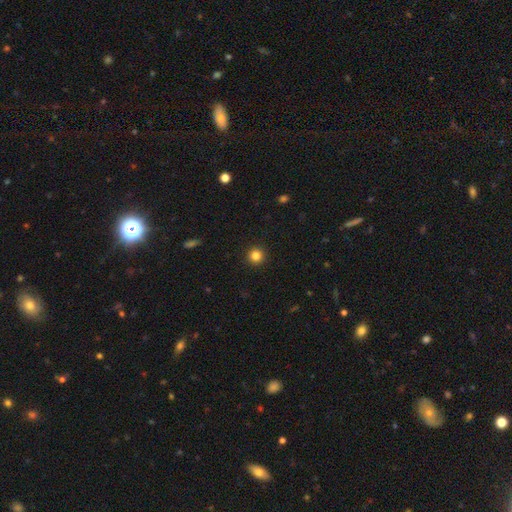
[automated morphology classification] The model was most divided on "smooth or featured": smooth: 83%, star or artifact: 12%, featured or disk: 5%. More confident: how rounded — round (95%); merging — none (93%).